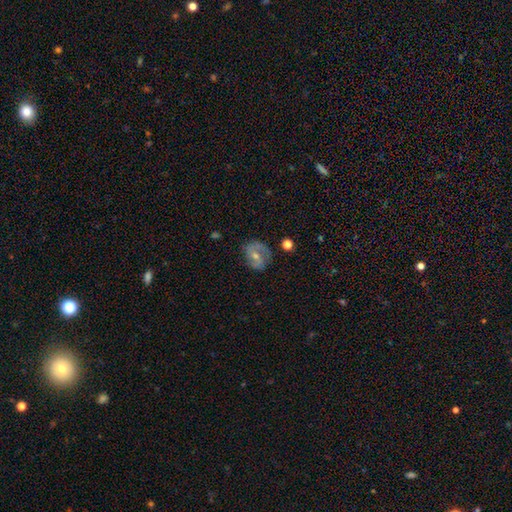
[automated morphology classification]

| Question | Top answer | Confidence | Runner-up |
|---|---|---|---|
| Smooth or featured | featured or disk | 50% | smooth (42%) |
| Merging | none | 64% | minor disturbance (23%) |